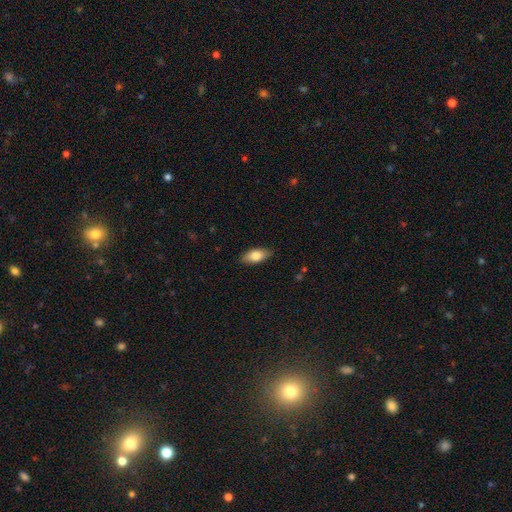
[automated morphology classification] Smooth or featured? Predicted: smooth (p=0.78). How rounded? Predicted: in between (p=0.85). Merging? Predicted: none (p=0.85).